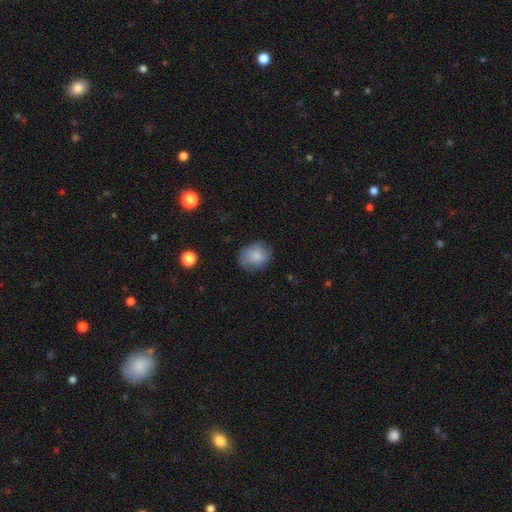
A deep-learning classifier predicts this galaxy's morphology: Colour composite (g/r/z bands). It shows a smooth galaxy with no disk features (78%) that is round (64%). Merging: none (67%).